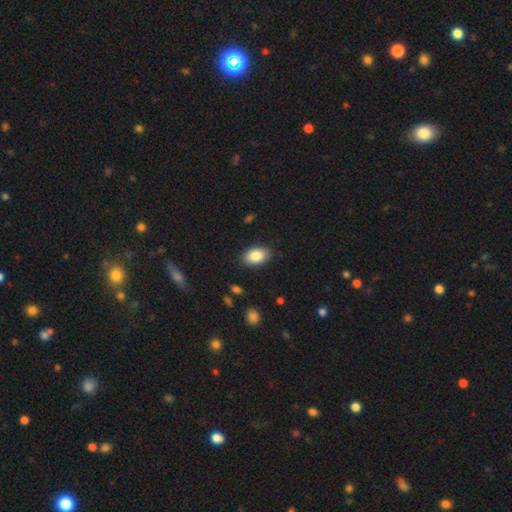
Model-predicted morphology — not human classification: Q: Smooth or featured?
A: smooth (85%); runner-up: featured or disk (7%)
Q: How rounded?
A: in between (89%); runner-up: round (10%)
Q: Merging?
A: none (86%); runner-up: minor disturbance (11%)